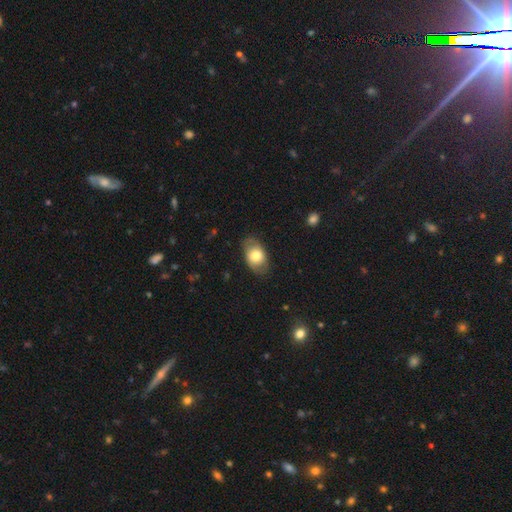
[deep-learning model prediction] Morphology: type=smooth (73%); roundness=in between (87%); merging=none (78%).